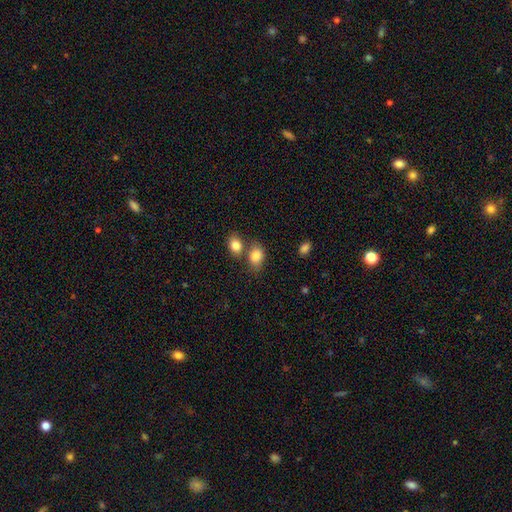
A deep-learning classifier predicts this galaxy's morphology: This appears to be a smooth galaxy with no disk features (84%) that is in between round and cigar-shaped (68%). Merging: none (49%).